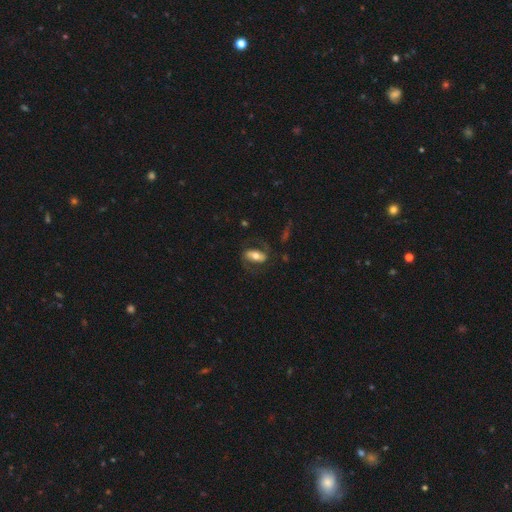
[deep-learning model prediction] smooth_or_featured: featured or disk (p=0.54) [alt: smooth p=0.39]
disk_edge_on: no (p=0.88) [alt: yes p=0.12]
merging: none (p=0.65) [alt: major disturbance p=0.17]